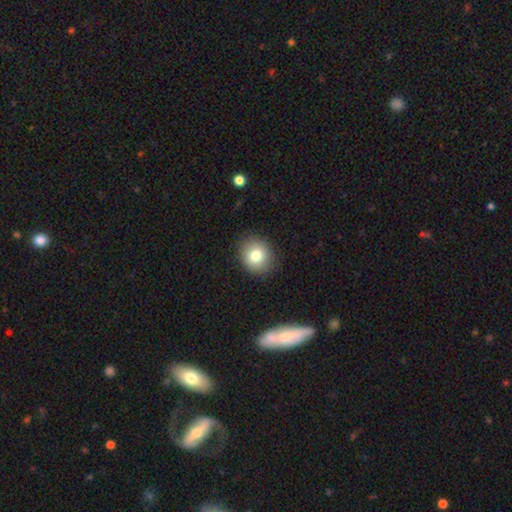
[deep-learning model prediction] smooth_or_featured: smooth (p=0.79) [alt: featured or disk p=0.11]
how_rounded: round (p=0.73) [alt: in between p=0.26]
merging: none (p=0.88) [alt: minor disturbance p=0.08]